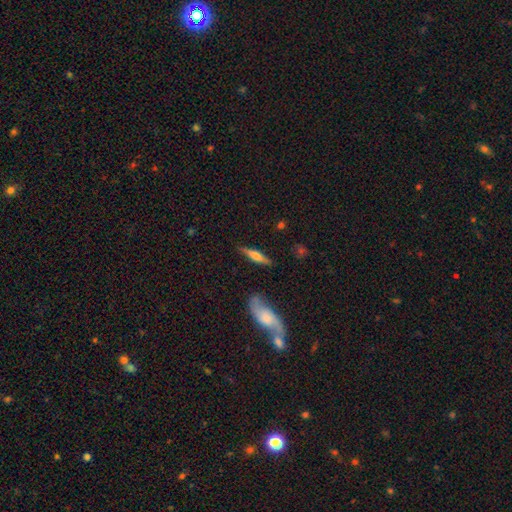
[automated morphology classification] smooth-or-featured: featured or disk: 54% | smooth: 40% | star or artifact: 6%
  disk-edge-on: yes: 92% | no: 8%
  merging: none: 82% | minor disturbance: 12% | major disturbance: 3% | merger: 3%